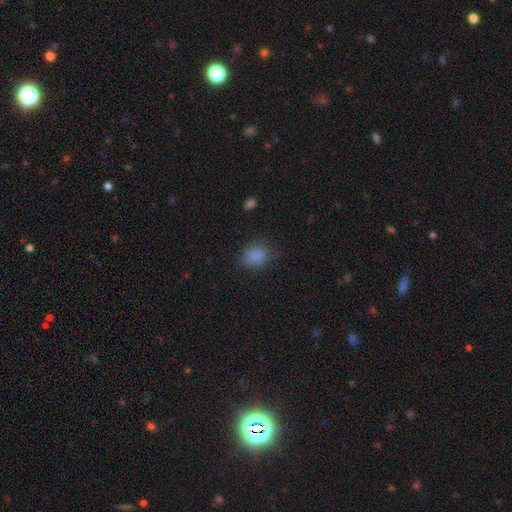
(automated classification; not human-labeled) smooth_or_featured: smooth (p=0.84) [alt: star or artifact p=0.10]
how_rounded: round (p=0.52) [alt: in between p=0.47]
merging: none (p=0.69) [alt: minor disturbance p=0.23]